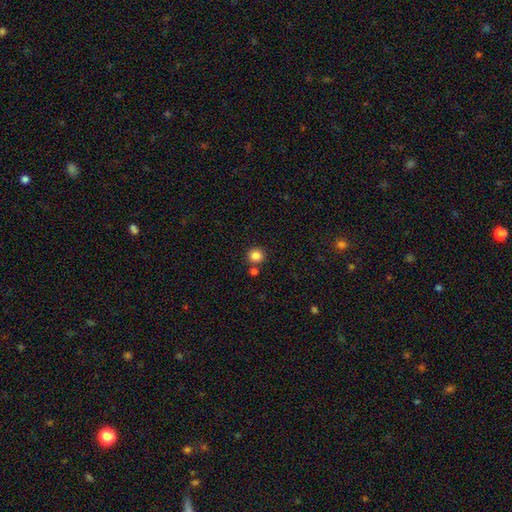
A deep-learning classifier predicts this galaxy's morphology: Smooth or featured: smooth — 84% (star or artifact — 11%)
How rounded: round — 93% (in between — 6%)
Merging: none — 80% (merger — 11%)